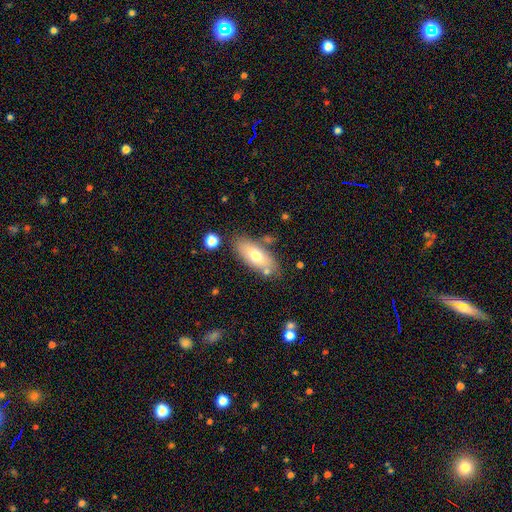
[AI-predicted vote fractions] Overall: smooth (67%). How rounded: in between (80%). Merging: none (76%).